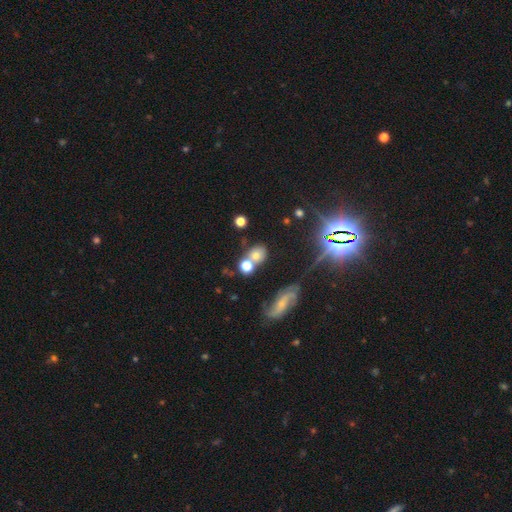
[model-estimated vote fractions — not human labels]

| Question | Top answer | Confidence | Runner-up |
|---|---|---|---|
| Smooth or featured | smooth | 63% | star or artifact (20%) |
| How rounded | round | 70% | in between (28%) |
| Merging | none | 49% | merger (34%) |